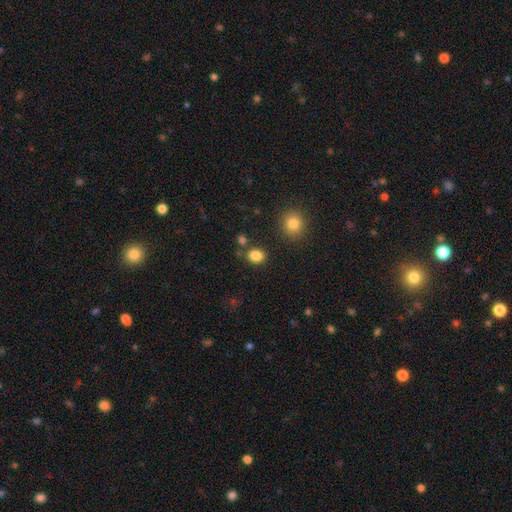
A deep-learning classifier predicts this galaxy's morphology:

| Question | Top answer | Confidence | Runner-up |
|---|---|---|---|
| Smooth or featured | smooth | 85% | star or artifact (11%) |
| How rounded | round | 53% | in between (46%) |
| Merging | none | 79% | minor disturbance (10%) |